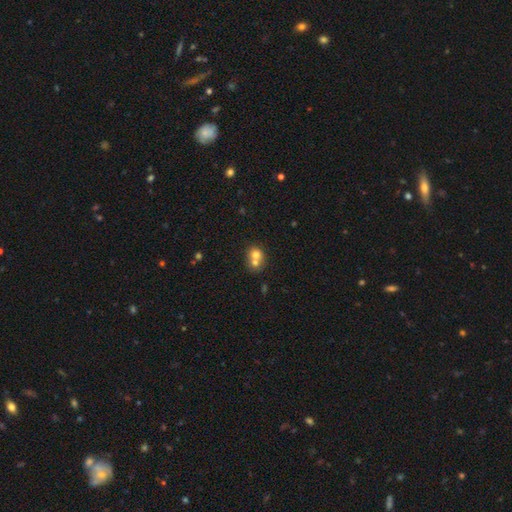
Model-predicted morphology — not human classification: Smooth or featured: smooth — 69% (featured or disk — 20%)
How rounded: round — 72% (in between — 27%)
Merging: merger — 64% (none — 28%)